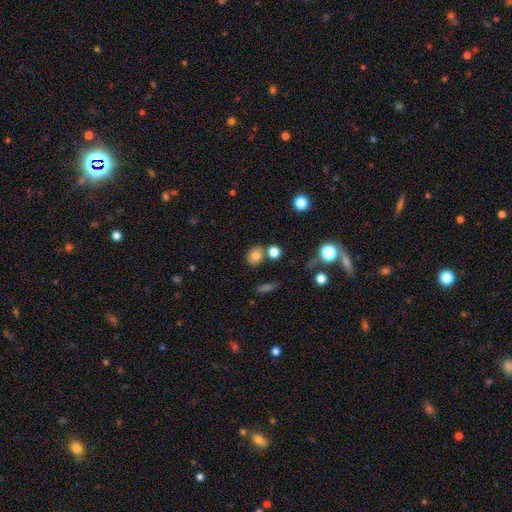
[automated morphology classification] The model was most divided on "how rounded": round: 64%, in between: 35%, cigar-shaped: 1%. More confident: smooth or featured — smooth (78%); merging — none (70%).